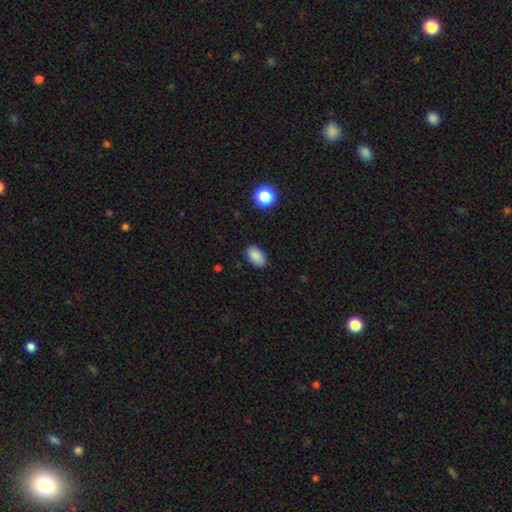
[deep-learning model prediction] A smooth galaxy with no disk features (87%) that is in between round and cigar-shaped (90%).

Vote fractions:
- Smooth or featured? smooth: 87% / star or artifact: 9% / featured or disk: 4%
- How rounded? in between: 90% / round: 8% / cigar-shaped: 1%
- Merging? none: 86% / minor disturbance: 11% / major disturbance: 2% / merger: 1%